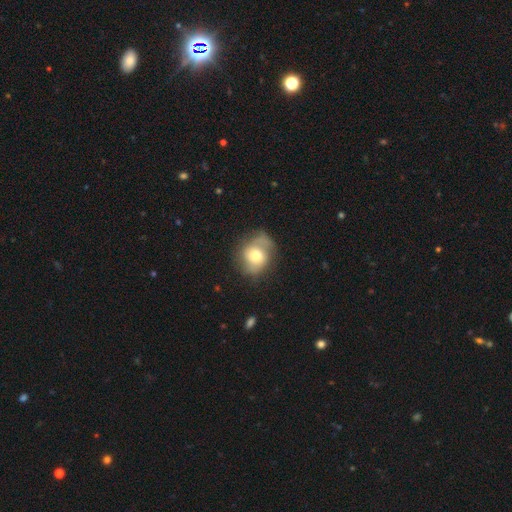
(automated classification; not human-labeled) This is possibly a smooth galaxy (55%). How rounded: likely round (64%). Merging: possibly none (55%).